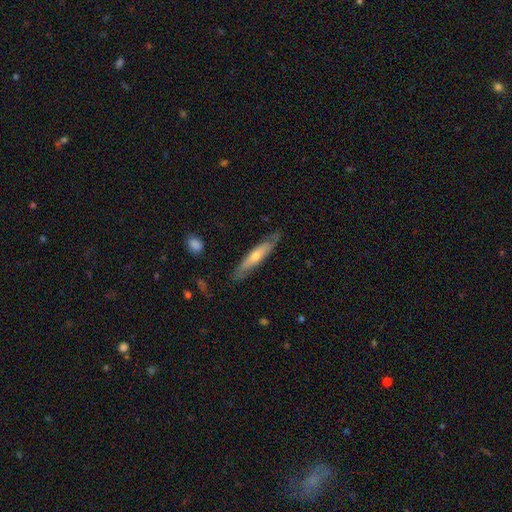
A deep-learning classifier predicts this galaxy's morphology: featured or disk 50%, smooth 44%, star or artifact 6%. Down the decision tree: edge-on disk — yes (73%); merging — none (79%).